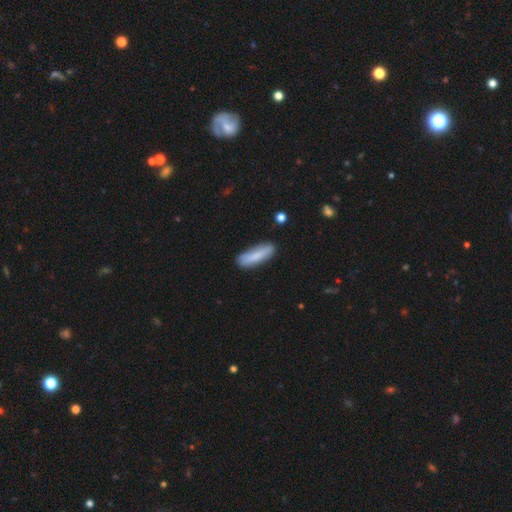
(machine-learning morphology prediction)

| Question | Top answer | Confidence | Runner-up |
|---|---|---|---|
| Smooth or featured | smooth | 81% | featured or disk (13%) |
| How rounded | cigar-shaped | 63% | in between (36%) |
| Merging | none | 83% | minor disturbance (13%) |